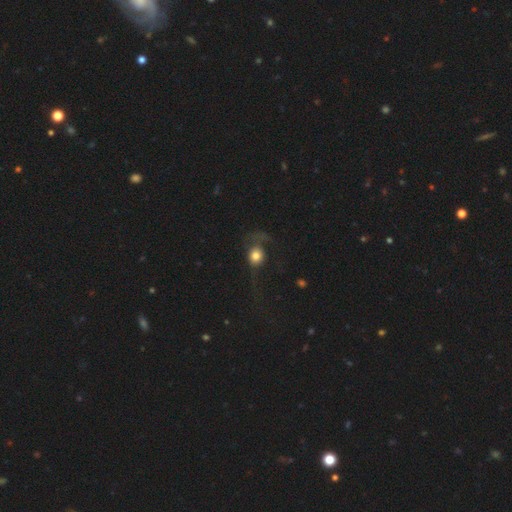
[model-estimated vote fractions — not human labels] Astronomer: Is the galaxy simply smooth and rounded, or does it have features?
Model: smooth — 66%.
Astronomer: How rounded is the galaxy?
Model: round — 77%.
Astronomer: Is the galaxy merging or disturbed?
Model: major disturbance — 41% (runner-up: none, 39%).